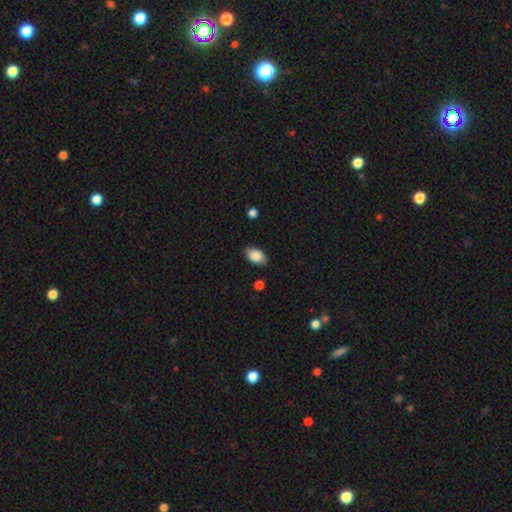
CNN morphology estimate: A smooth galaxy with no disk features (86%) that is in between round and cigar-shaped (92%).

Vote fractions:
- Smooth or featured? smooth: 86% / star or artifact: 7% / featured or disk: 6%
- How rounded? in between: 92% / round: 7% / cigar-shaped: 2%
- Merging? none: 84% / minor disturbance: 12% / major disturbance: 2% / merger: 2%